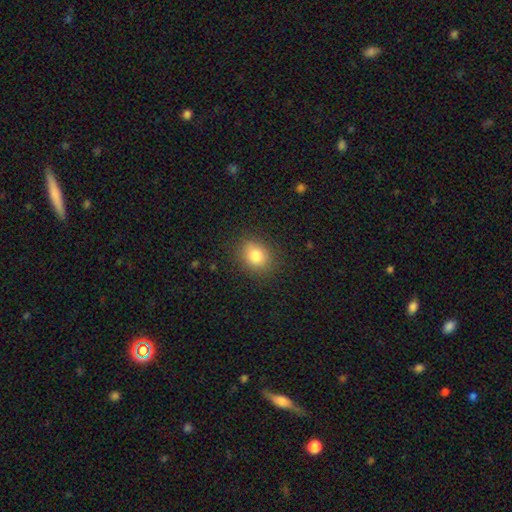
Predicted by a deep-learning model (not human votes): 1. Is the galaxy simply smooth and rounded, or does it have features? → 82% smooth, 11% star or artifact, 8% featured or disk.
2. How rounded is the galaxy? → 57% round, 42% in between, 1% cigar-shaped.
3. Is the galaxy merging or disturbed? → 84% none, 11% minor disturbance, 3% major disturbance, 1% merger.